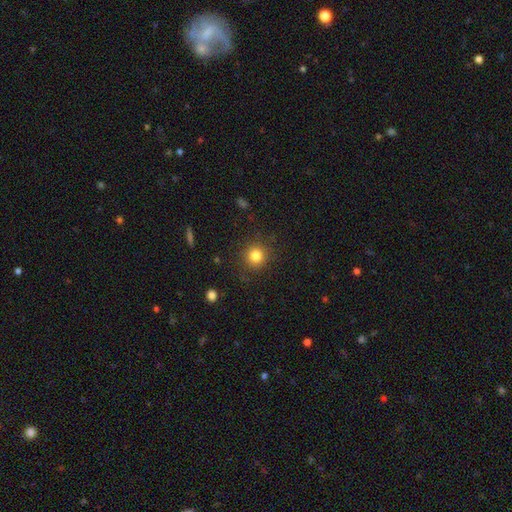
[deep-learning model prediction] Q: Smooth or featured?
A: smooth (81%); runner-up: star or artifact (12%)
Q: How rounded?
A: round (92%); runner-up: in between (7%)
Q: Merging?
A: none (86%); runner-up: minor disturbance (9%)